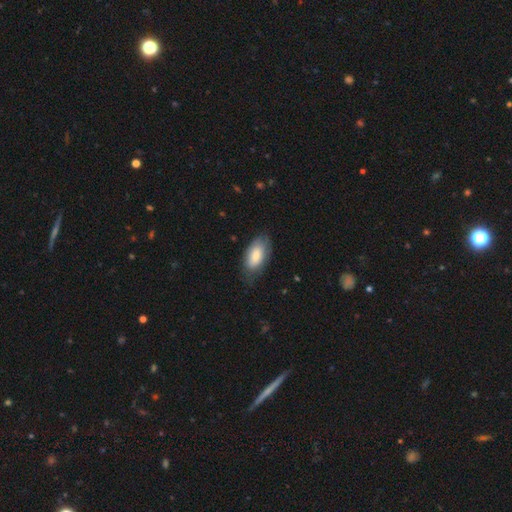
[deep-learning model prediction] A smooth galaxy with no disk features (79%) that is in between round and cigar-shaped (93%). Merging: none (67%).